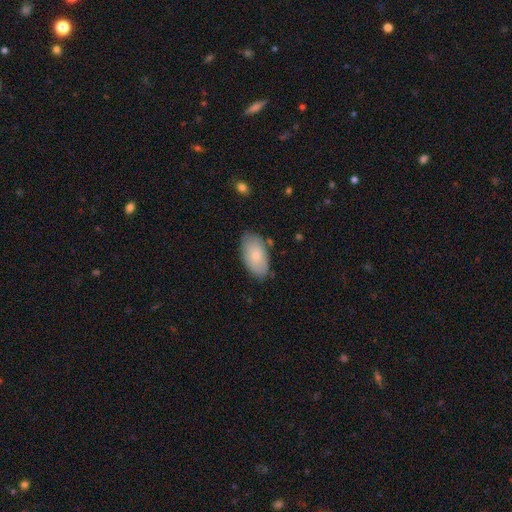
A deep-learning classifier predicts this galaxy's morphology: smooth_or_featured: smooth (p=0.77) [alt: featured or disk p=0.17]
how_rounded: in between (p=0.95) [alt: round p=0.03]
merging: none (p=0.78) [alt: minor disturbance p=0.17]